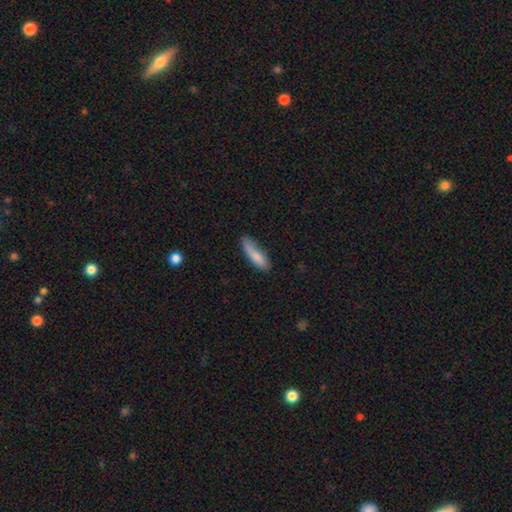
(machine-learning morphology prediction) This is clearly a smooth galaxy (82%). How rounded: possibly cigar-shaped (59%). Merging: possibly none (55%).